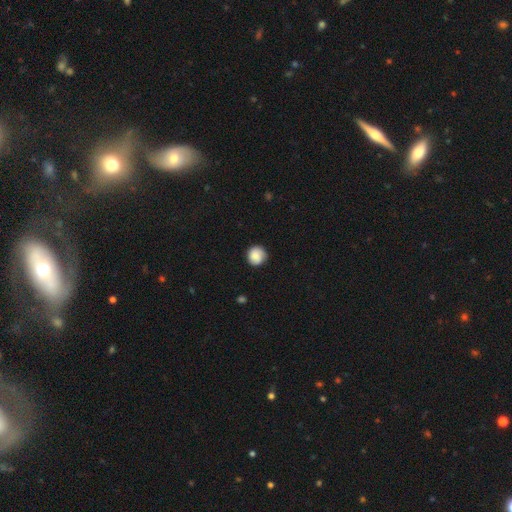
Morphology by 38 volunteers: A smooth galaxy with no disk features (79%) that is round (97%). Merging: none (76%).